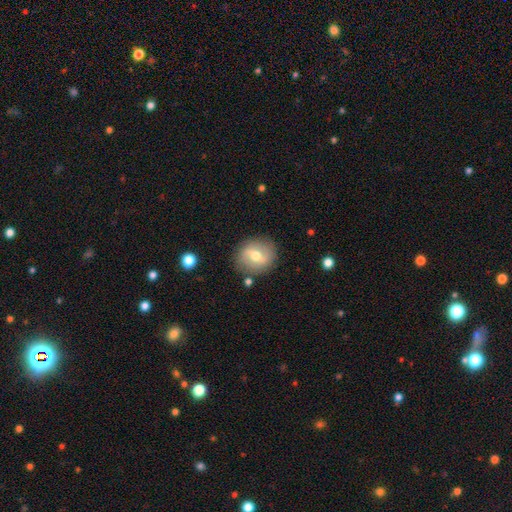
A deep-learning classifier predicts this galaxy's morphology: The model was most divided on "smooth or featured": featured or disk: 48%, smooth: 44%, star or artifact: 8%. More confident: merging — none (84%).